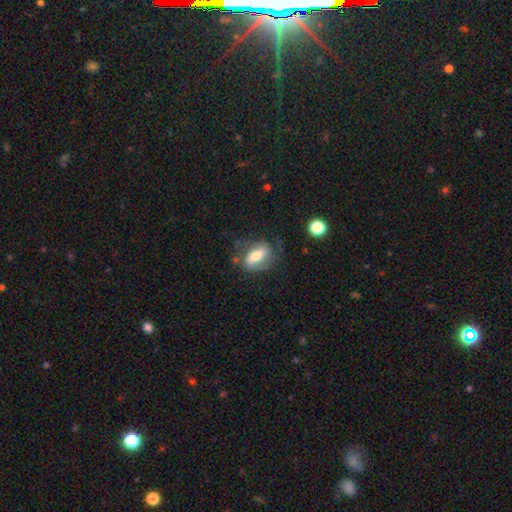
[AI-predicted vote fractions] Morphology: type=featured or disk (52%); edge-on=no (90%); merging=none (57%).